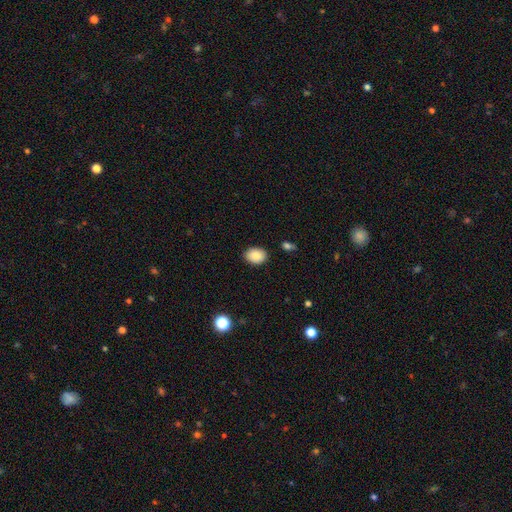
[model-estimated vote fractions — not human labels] A smooth galaxy with no disk features (87%) that is in between round and cigar-shaped (69%). Merging: none (87%).